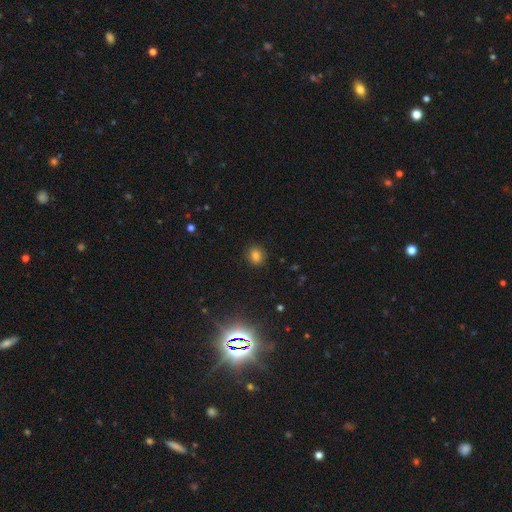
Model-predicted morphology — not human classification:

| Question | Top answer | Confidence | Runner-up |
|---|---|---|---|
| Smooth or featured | smooth | 78% | star or artifact (16%) |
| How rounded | round | 68% | in between (31%) |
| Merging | none | 89% | minor disturbance (8%) |